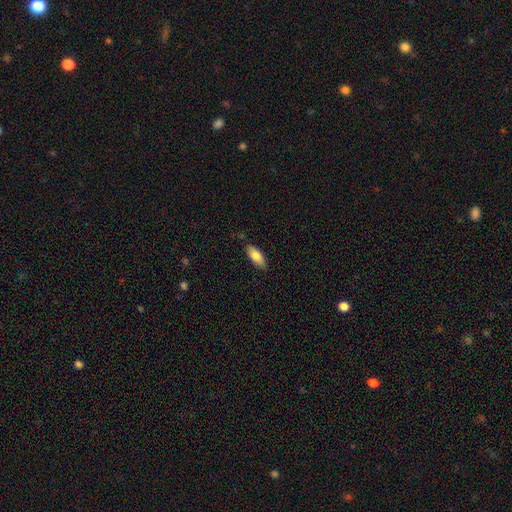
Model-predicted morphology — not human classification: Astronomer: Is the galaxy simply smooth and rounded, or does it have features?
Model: smooth — 82%.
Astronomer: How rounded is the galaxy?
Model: in between — 75%.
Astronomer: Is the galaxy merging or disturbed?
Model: none — 82%.